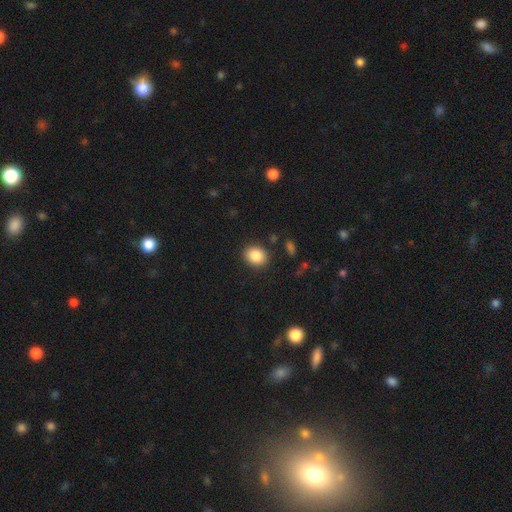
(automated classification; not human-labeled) Smooth or featured? Predicted: smooth (p=0.87). How rounded? Predicted: round (p=0.58). Merging? Predicted: none (p=0.88).